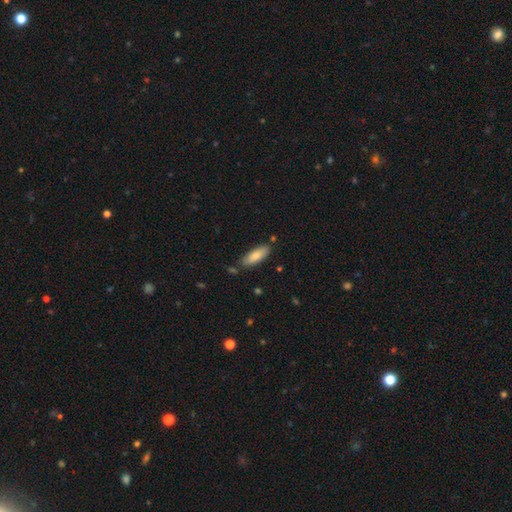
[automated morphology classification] This appears to be a smooth galaxy with no disk features (83%) that is in between round and cigar-shaped (66%). Merging: none (78%).